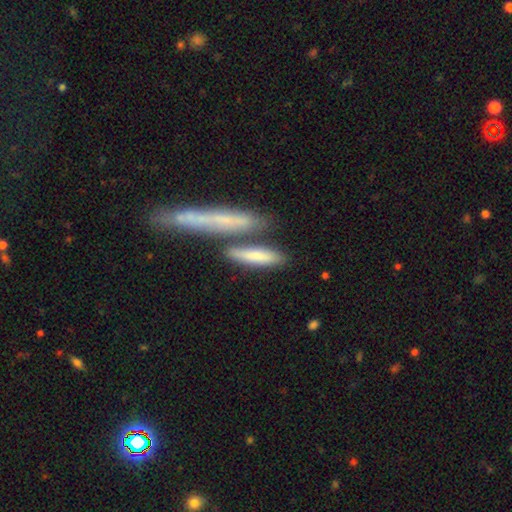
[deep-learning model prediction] This is likely a smooth galaxy (73%). How rounded: likely cigar-shaped (75%). Merging: possibly none (57%).